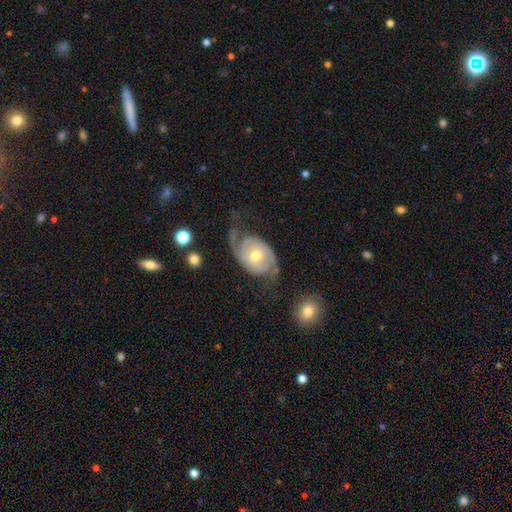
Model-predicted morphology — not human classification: featured or disk 84%, smooth 11%, star or artifact 5%. Down the decision tree: edge-on disk — no (97%); bar — no (64%); spiral arms — yes (94%); spiral arm count — 2 (87%); spiral winding — medium (39%); bulge size — moderate (64%); merging — none (56%).